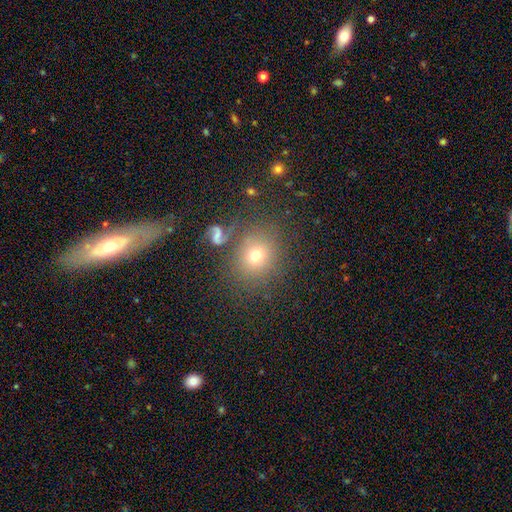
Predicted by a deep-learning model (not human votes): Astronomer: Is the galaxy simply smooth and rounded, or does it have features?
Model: smooth — 69%.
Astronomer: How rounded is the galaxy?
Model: round — 73%.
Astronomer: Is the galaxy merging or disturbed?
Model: none — 77%.